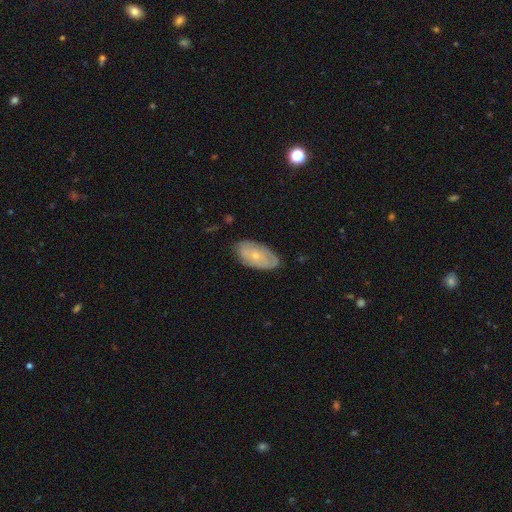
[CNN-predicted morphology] type=featured or disk (47%); merging=none (75%).